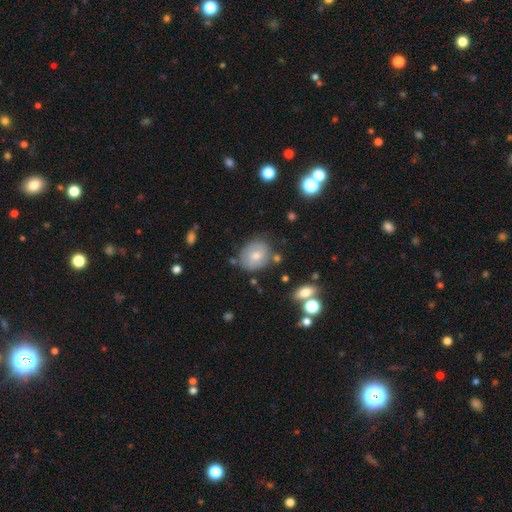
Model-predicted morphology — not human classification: This appears to be a smooth galaxy with no disk features (57%) that is round (64%). Merging: none (70%).